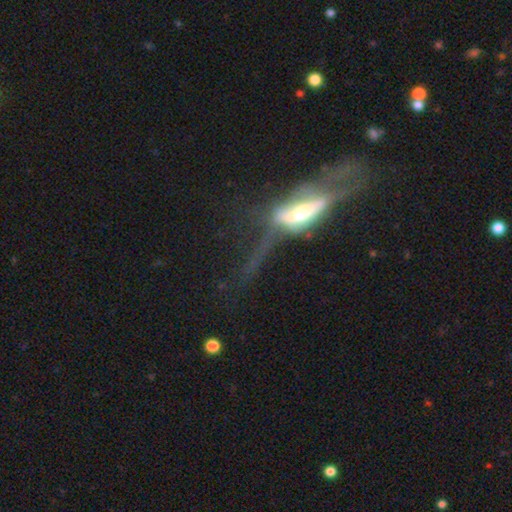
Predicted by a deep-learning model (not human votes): Q: Smooth or featured?
A: featured or disk (70%); runner-up: smooth (18%)
Q: Edge-on disk?
A: yes (65%); runner-up: no (35%)
Q: Merging?
A: major disturbance (49%); runner-up: none (28%)